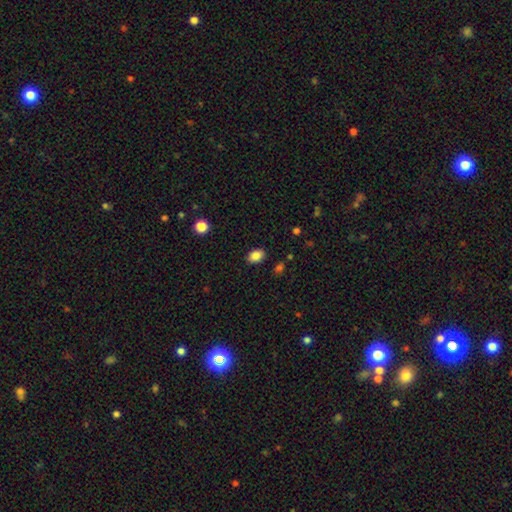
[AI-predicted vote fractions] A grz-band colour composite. It shows a smooth galaxy with no disk features (86%) that is in between round and cigar-shaped (78%). Merging: none (87%).